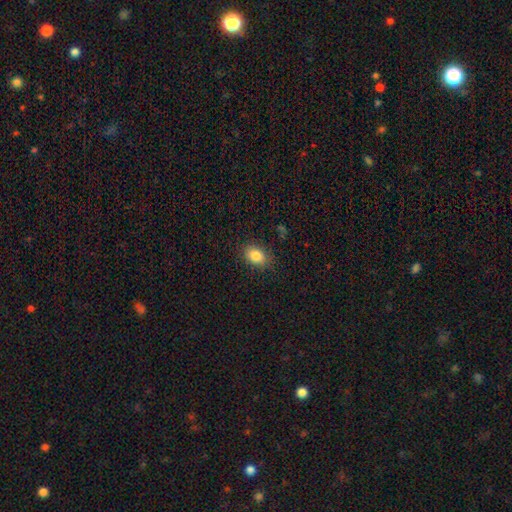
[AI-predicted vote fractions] Q: Smooth or featured?
A: smooth (84%); runner-up: star or artifact (9%)
Q: How rounded?
A: in between (73%); runner-up: round (25%)
Q: Merging?
A: none (84%); runner-up: minor disturbance (12%)